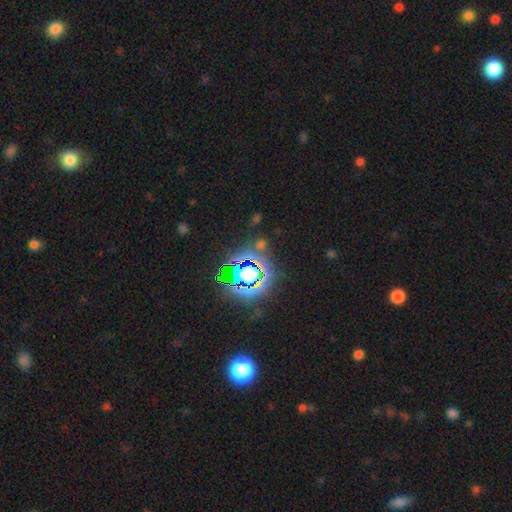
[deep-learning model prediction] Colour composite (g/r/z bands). It shows a star or artifact, not a galaxy (80%).